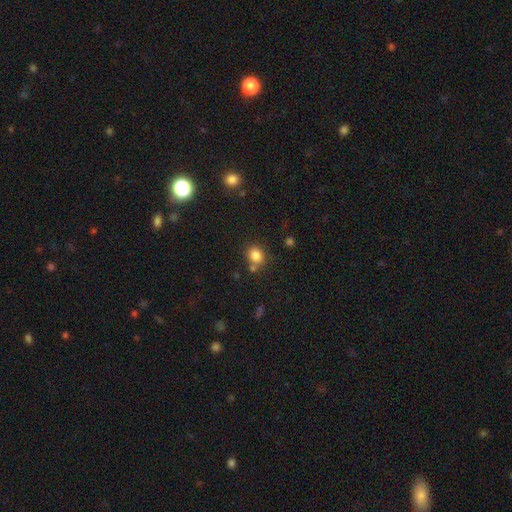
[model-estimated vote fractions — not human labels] Overall: smooth (83%). How rounded: round (63%; in between 36%). Merging: none (68%).